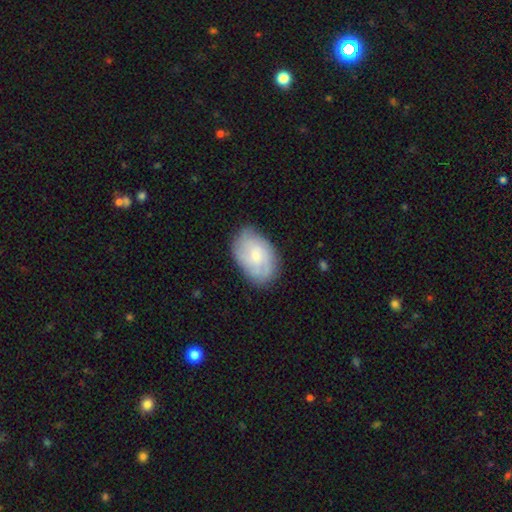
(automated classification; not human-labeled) Smooth or featured? featured or disk (55%)
Edge-on disk? no (96%)
Bar? no (66%)
Spiral arms? yes (84%)
Bulge size? small (62%)
Merging? none (75%)